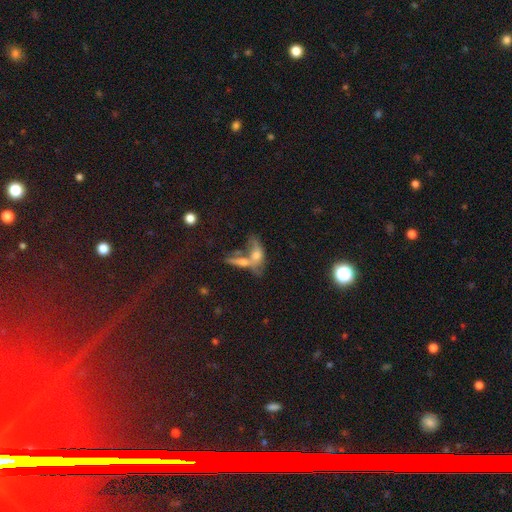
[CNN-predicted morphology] smooth-or-featured: smooth: 43% | featured or disk: 42% | star or artifact: 15%
  merging: merger: 56% | none: 23% | major disturbance: 10% | minor disturbance: 10%